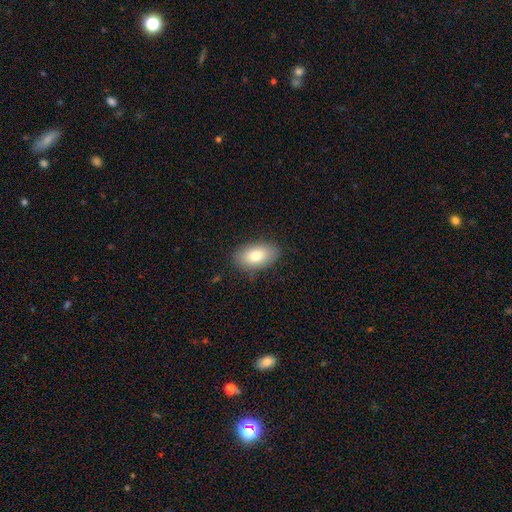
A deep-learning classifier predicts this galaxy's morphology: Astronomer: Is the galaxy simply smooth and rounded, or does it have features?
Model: smooth — 78%.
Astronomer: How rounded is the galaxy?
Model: in between — 92%.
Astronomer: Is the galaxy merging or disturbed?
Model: none — 85%.